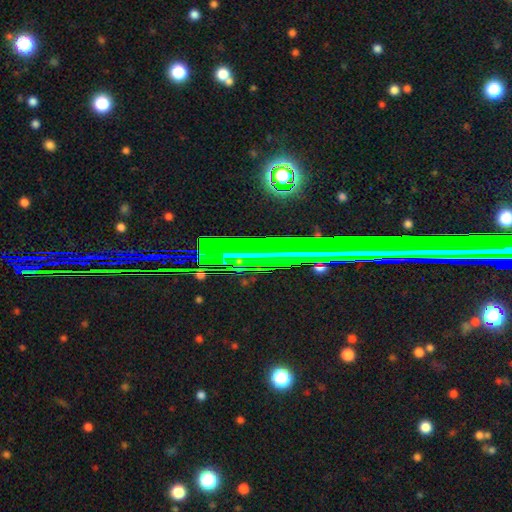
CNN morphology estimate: This appears to be a star or artifact, not a galaxy (74%).